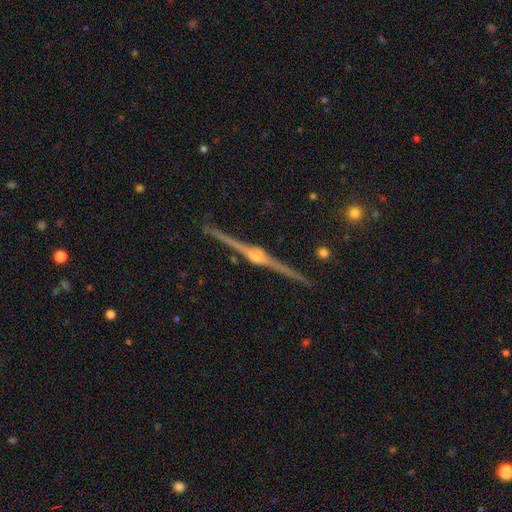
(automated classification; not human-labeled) The model was most divided on "edge-on bulge": rounded: 90%, boxy: 7%, none: 3%. More confident: edge-on disk — yes (99%); merging — none (91%); smooth or featured — featured or disk (90%).